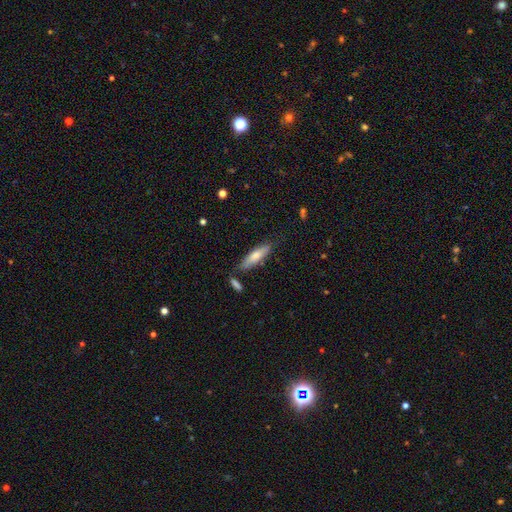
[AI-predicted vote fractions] The model was most divided on "how rounded": cigar-shaped: 64%, in between: 34%, round: 2%. More confident: merging — none (73%); smooth or featured — smooth (71%).